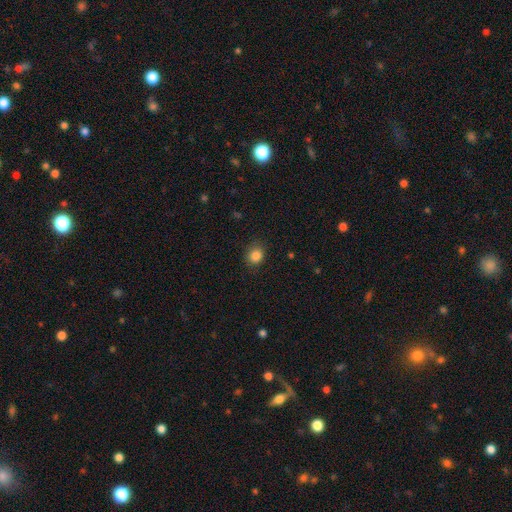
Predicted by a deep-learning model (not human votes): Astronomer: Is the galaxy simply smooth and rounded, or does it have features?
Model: smooth — 85%.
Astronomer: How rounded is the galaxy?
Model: round — 67%.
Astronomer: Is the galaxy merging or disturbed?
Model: none — 83%.